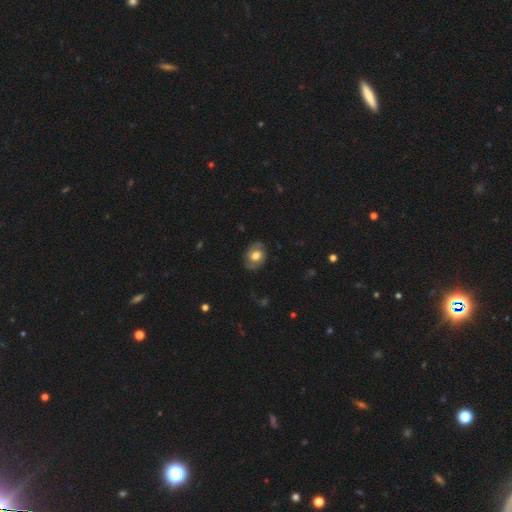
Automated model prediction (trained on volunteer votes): Morphology: type=smooth (53%); roundness=in between (63%); merging=none (79%).